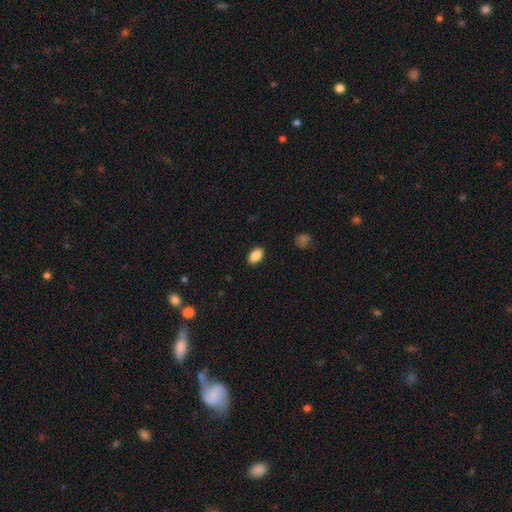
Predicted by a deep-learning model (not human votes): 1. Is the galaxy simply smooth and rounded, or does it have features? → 88% smooth, 8% star or artifact, 4% featured or disk.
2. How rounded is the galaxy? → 90% in between, 8% round, 2% cigar-shaped.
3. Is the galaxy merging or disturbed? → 89% none, 8% minor disturbance, 2% major disturbance, 1% merger.